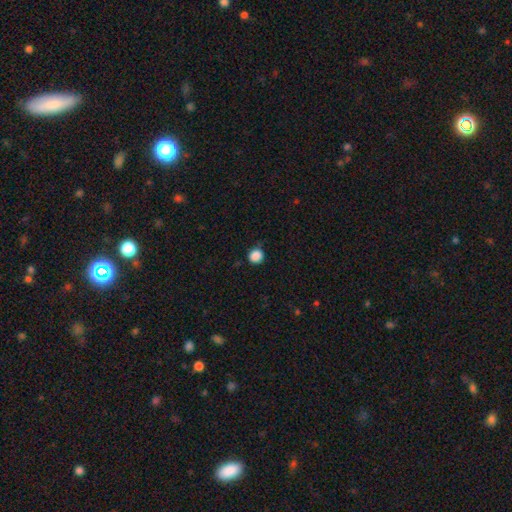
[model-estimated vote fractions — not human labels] This is clearly a smooth galaxy (87%). How rounded: clearly round (89%). Merging: clearly none (80%).